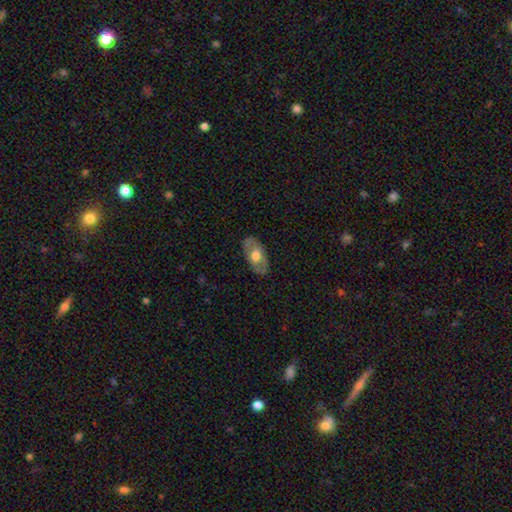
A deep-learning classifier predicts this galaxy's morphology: Smooth or featured? Predicted: featured or disk (p=0.48). Merging? Predicted: none (p=0.82).